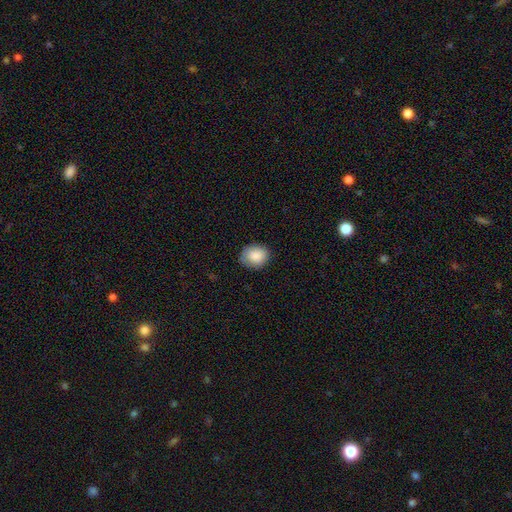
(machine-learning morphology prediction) Smooth or featured?
  - smooth: 87% *
  - star or artifact: 7%
  - featured or disk: 6%
How rounded?
  - round: 60% *
  - in between: 39%
  - cigar-shaped: 1%
Merging?
  - none: 78% *
  - minor disturbance: 18%
  - major disturbance: 4%
  - merger: 1%